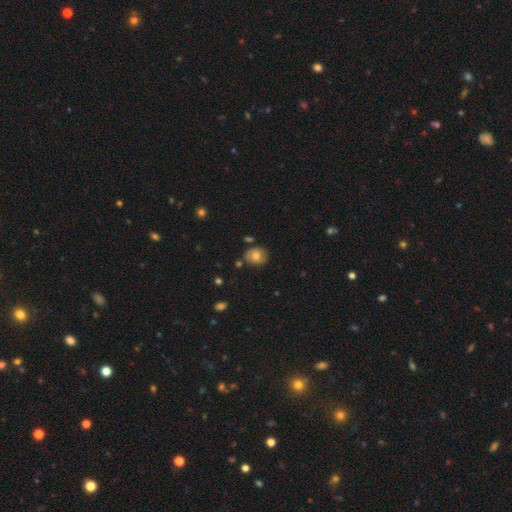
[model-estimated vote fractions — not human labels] Smooth or featured: smooth — 67% (featured or disk — 23%)
How rounded: round — 64% (in between — 35%)
Merging: none — 73% (minor disturbance — 18%)